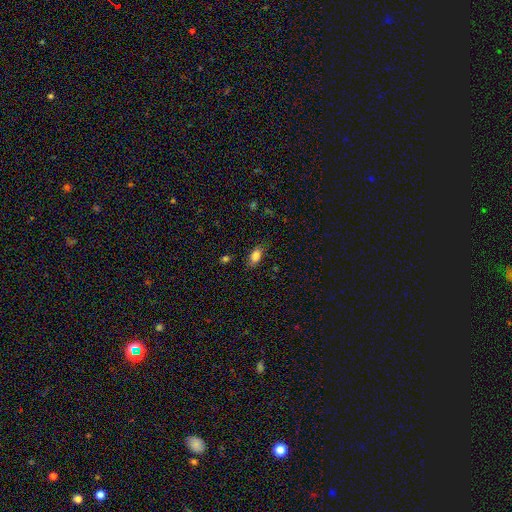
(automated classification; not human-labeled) smooth-or-featured: smooth: 82% | star or artifact: 9% | featured or disk: 9%
  how-rounded: in between: 88% | round: 6% | cigar-shaped: 5%
  merging: none: 76% | minor disturbance: 18% | major disturbance: 5% | merger: 1%